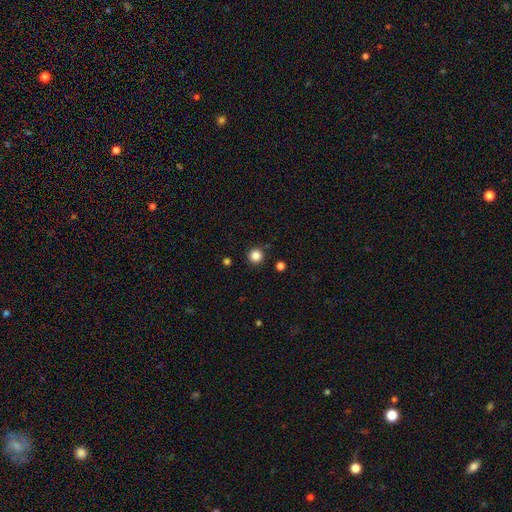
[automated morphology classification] The model was most divided on "smooth or featured": smooth: 85%, star or artifact: 12%, featured or disk: 3%. More confident: how rounded — round (96%); merging — none (89%).